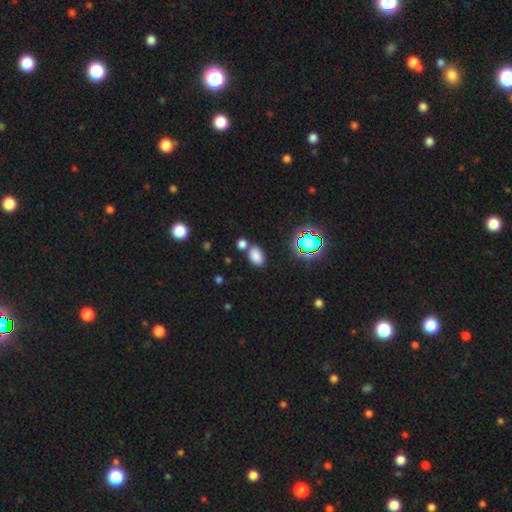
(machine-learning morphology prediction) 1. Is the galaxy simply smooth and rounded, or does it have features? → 78% smooth, 16% star or artifact, 6% featured or disk.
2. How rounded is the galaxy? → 83% in between, 15% round, 1% cigar-shaped.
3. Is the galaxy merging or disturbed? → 66% none, 19% merger, 12% minor disturbance, 4% major disturbance.